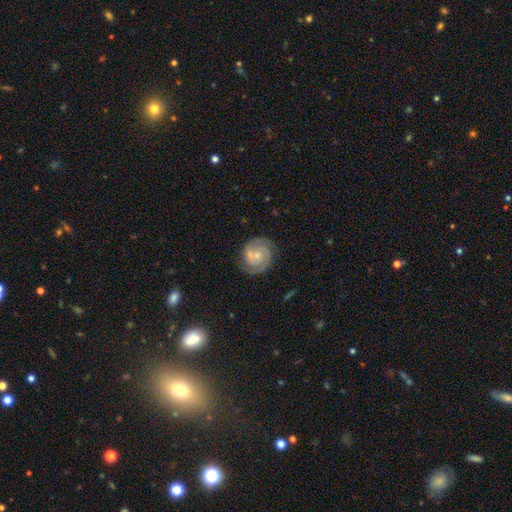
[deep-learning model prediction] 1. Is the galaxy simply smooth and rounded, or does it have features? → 81% featured or disk, 14% smooth, 6% star or artifact.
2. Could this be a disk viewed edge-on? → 98% no, 2% yes.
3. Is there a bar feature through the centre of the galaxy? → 62% no, 33% weak, 5% strong.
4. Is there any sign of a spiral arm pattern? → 96% yes, 4% no.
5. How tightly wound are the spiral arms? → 58% tight, 35% medium, 7% loose.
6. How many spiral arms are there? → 70% 2, 14% 3, 9% can't tell, 3% 1, 2% 4, 2% more than 4.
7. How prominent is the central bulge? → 59% small, 30% moderate, 8% none, 2% large, 1% dominant.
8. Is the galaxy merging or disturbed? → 79% none, 14% minor disturbance, 5% major disturbance, 2% merger.